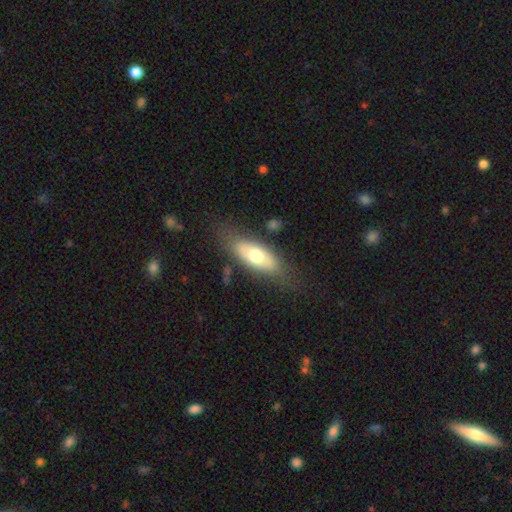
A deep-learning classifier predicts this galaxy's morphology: Q: Smooth or featured?
A: smooth (59%); runner-up: featured or disk (34%)
Q: How rounded?
A: in between (76%); runner-up: cigar-shaped (21%)
Q: Merging?
A: none (72%); runner-up: minor disturbance (17%)